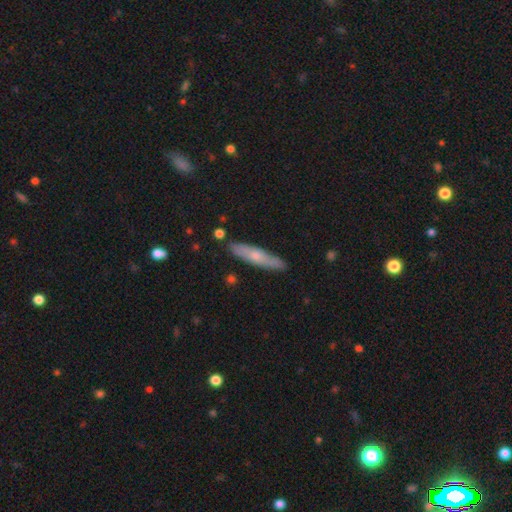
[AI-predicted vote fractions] smooth 55%, featured or disk 39%, star or artifact 6%. Down the decision tree: how rounded — cigar-shaped (85%); merging — none (86%).